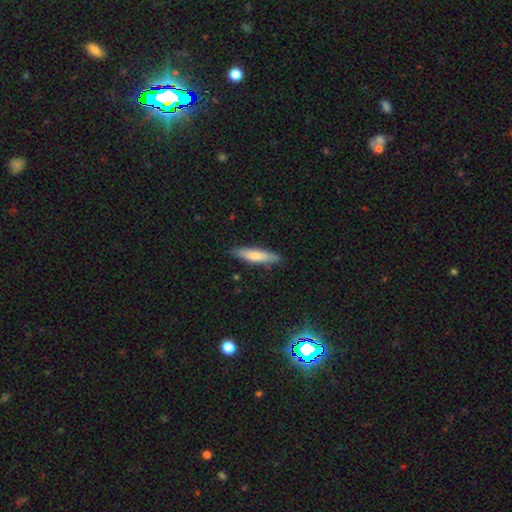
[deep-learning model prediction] smooth_or_featured: smooth (p=0.72) [alt: featured or disk p=0.23]
how_rounded: cigar-shaped (p=0.76) [alt: in between p=0.22]
merging: none (p=0.84) [alt: minor disturbance p=0.13]